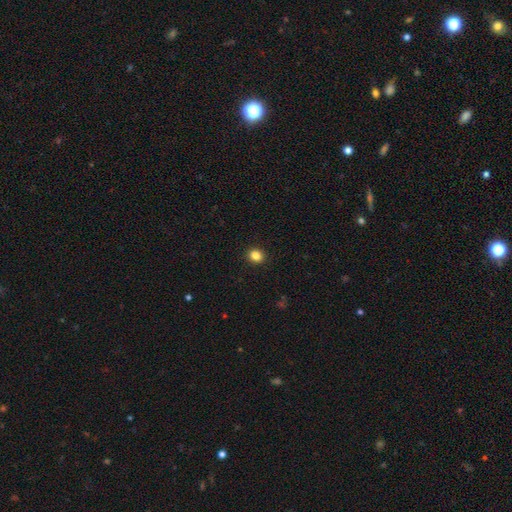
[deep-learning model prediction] Smooth or featured? Predicted: smooth (p=0.84). How rounded? Predicted: round (p=0.76). Merging? Predicted: none (p=0.92).